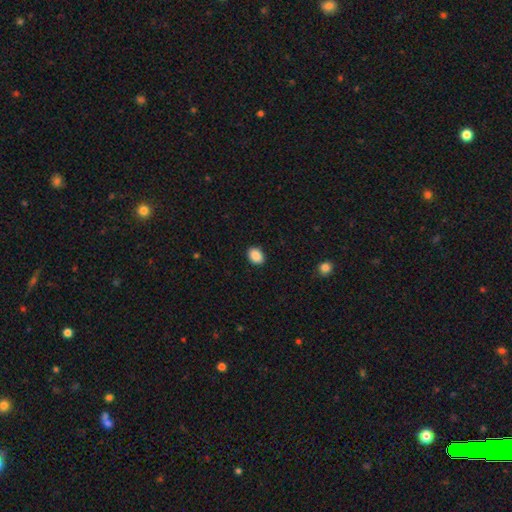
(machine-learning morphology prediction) Smooth or featured? Predicted: smooth (p=0.89). How rounded? Predicted: in between (p=0.65). Merging? Predicted: none (p=0.91).